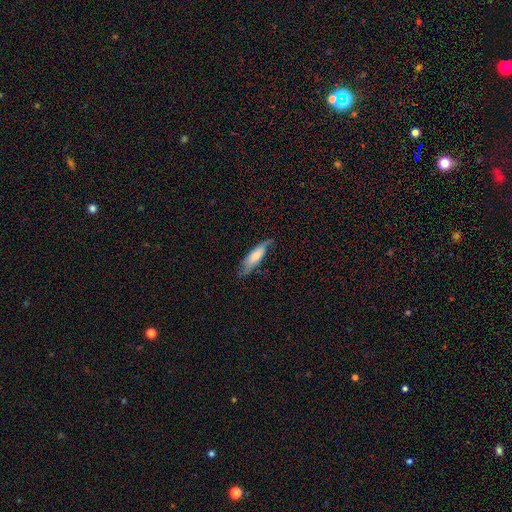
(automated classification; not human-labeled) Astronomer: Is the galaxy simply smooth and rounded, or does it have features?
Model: smooth — 56% (runner-up: featured or disk, 37%).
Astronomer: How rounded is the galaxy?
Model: cigar-shaped — 50% (runner-up: in between, 48%).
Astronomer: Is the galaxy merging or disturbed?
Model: none — 65%.